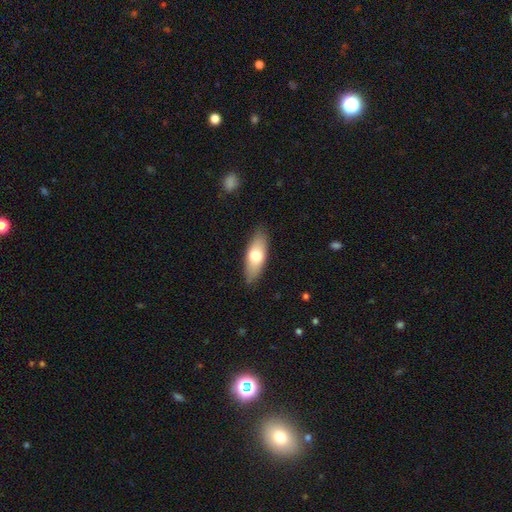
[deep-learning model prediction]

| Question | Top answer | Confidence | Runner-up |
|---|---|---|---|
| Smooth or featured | smooth | 69% | featured or disk (26%) |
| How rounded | in between | 70% | cigar-shaped (28%) |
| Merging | none | 85% | minor disturbance (11%) |